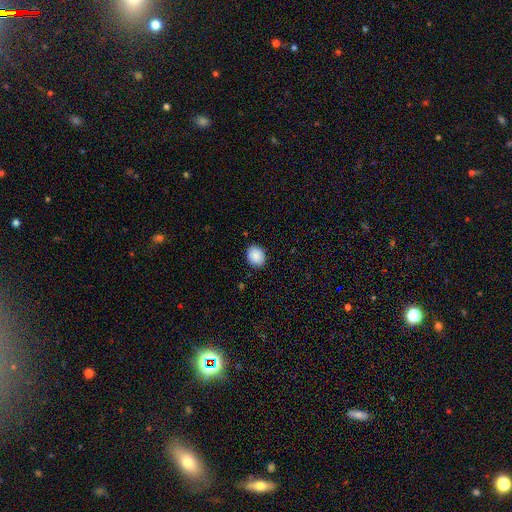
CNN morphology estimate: smooth_or_featured: smooth (p=0.88) [alt: star or artifact p=0.07]
how_rounded: round (p=0.50) [alt: in between p=0.49]
merging: none (p=0.87) [alt: minor disturbance p=0.10]